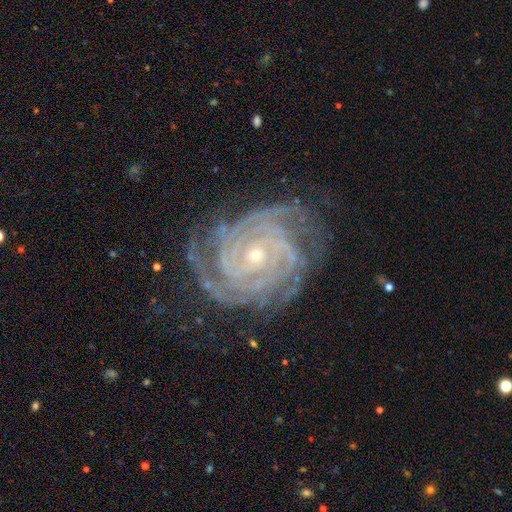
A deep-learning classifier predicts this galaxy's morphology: This appears to be a featured or disk galaxy (92%) with no bar (64%), 4 (25%) tight (83%) spiral arms (99%) and a small central bulge (73%). Merging: none (74%).